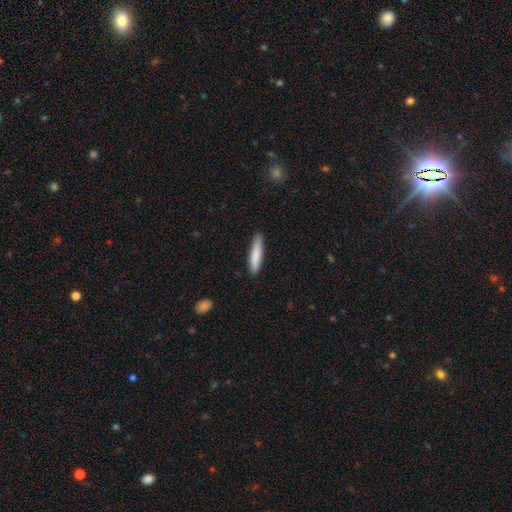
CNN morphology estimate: smooth 83%, featured or disk 12%, star or artifact 5%. Down the decision tree: how rounded — cigar-shaped (86%); merging — none (87%).